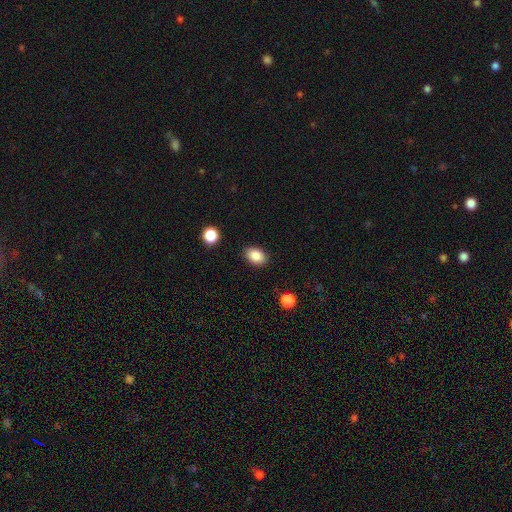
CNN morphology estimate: smooth-or-featured: smooth: 88% | star or artifact: 8% | featured or disk: 4%
  how-rounded: in between: 82% | round: 17% | cigar-shaped: 1%
  merging: none: 87% | minor disturbance: 9% | major disturbance: 2% | merger: 2%